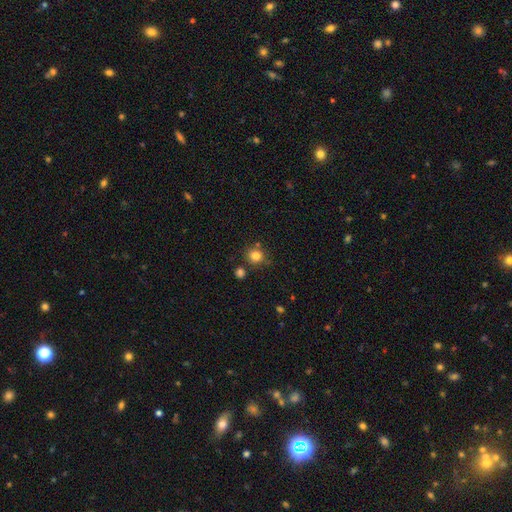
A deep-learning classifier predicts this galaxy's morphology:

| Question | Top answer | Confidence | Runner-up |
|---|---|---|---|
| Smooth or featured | smooth | 82% | star or artifact (12%) |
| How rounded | round | 87% | in between (12%) |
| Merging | none | 77% | minor disturbance (11%) |